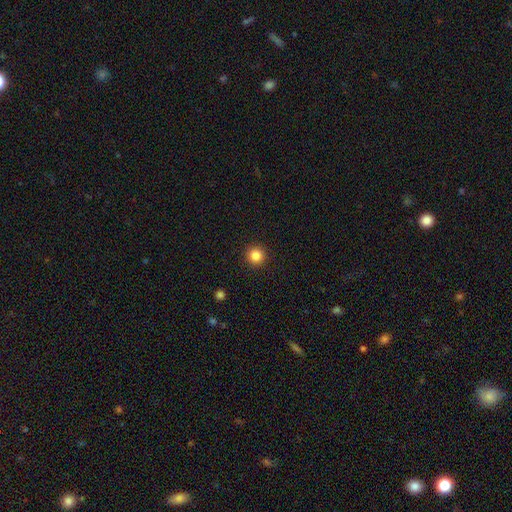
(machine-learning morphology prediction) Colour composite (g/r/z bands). It shows a smooth galaxy with no disk features (85%) that is round (96%). Merging: none (93%).